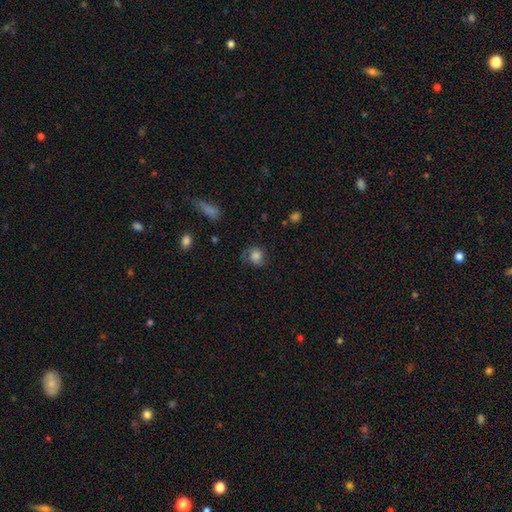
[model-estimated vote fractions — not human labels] smooth 72%, featured or disk 18%, star or artifact 10%. Down the decision tree: how rounded — round (75%); merging — none (57%).